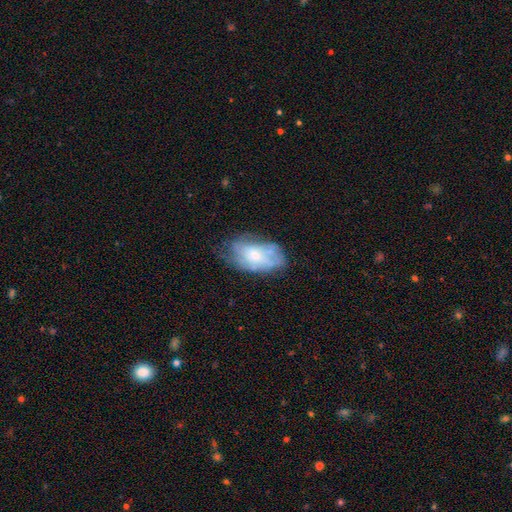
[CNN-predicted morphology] This is possibly a featured or disk galaxy (49%). Merging: possibly none (51%).